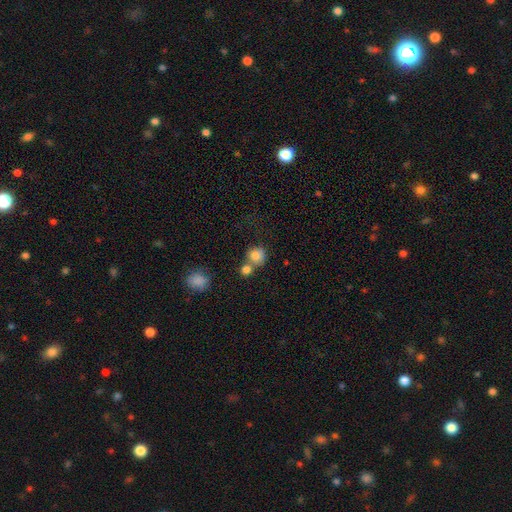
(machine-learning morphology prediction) Smooth or featured? Predicted: smooth (p=0.81). How rounded? Predicted: round (p=0.83). Merging? Predicted: none (p=0.46).